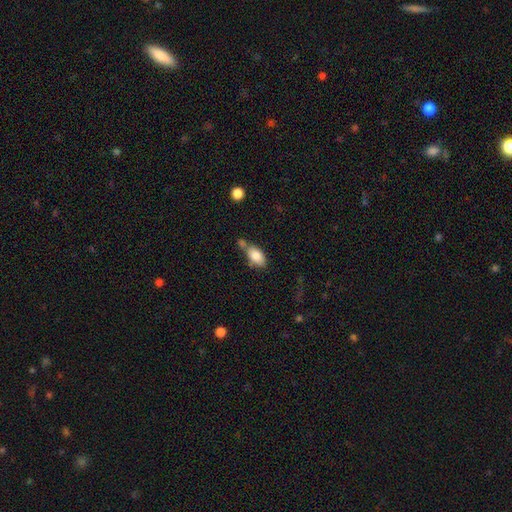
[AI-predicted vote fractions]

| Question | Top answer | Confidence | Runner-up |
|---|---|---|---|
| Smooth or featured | smooth | 82% | featured or disk (11%) |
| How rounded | in between | 91% | round (4%) |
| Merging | none | 48% | merger (29%) |